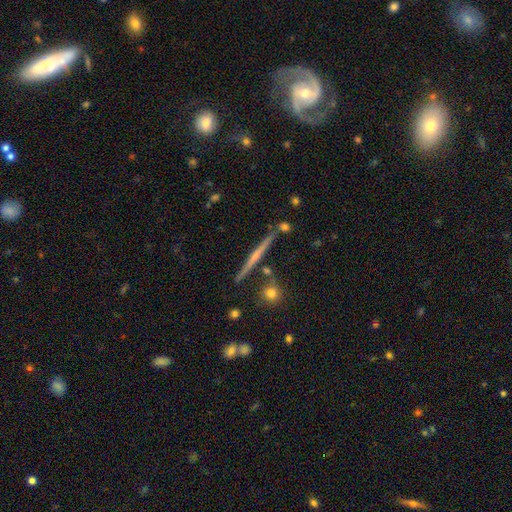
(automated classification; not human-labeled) Smooth or featured: featured or disk — 65% (smooth — 28%)
Edge-on disk: yes — 98% (no — 2%)
Edge-on bulge: none — 62% (rounded — 32%)
Merging: none — 86% (minor disturbance — 8%)